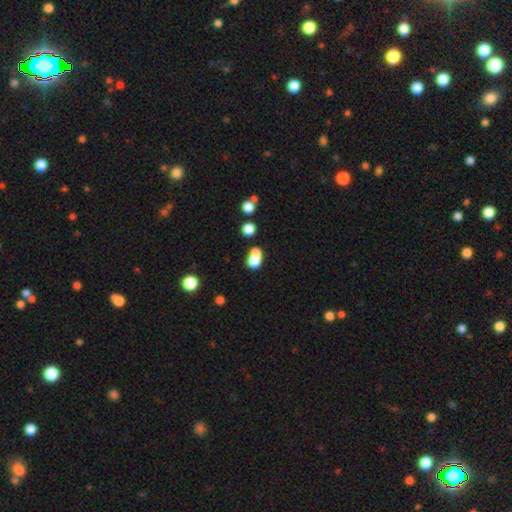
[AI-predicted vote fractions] smooth-or-featured: smooth: 72% | featured or disk: 17% | star or artifact: 11%
  how-rounded: in between: 66% | round: 30% | cigar-shaped: 4%
  merging: merger: 55% | none: 26% | minor disturbance: 11% | major disturbance: 8%